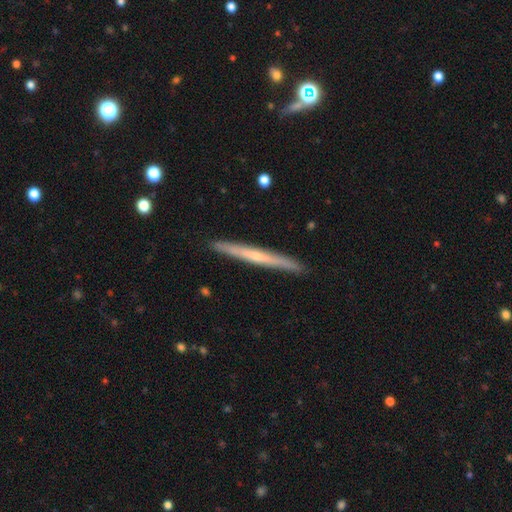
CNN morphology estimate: Q: Smooth or featured?
A: featured or disk (57%); runner-up: smooth (37%)
Q: Edge-on disk?
A: yes (96%); runner-up: no (4%)
Q: Edge-on bulge?
A: none (56%); runner-up: rounded (39%)
Q: Merging?
A: none (91%); runner-up: minor disturbance (6%)